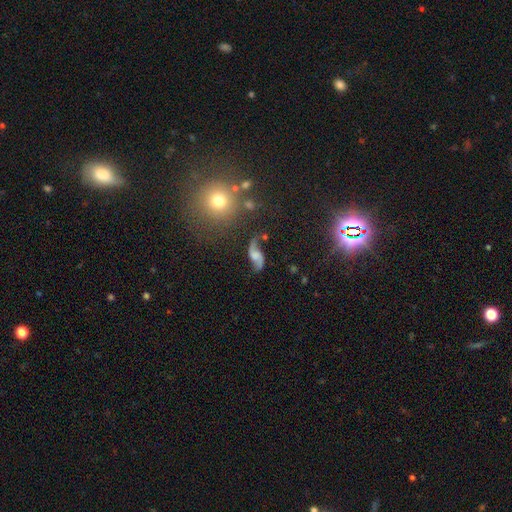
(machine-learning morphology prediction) A featured or disk galaxy (80%) with no bar (58%), 2 (93%) loose (85%) spiral arms (95%) and no central bulge (43%).

Vote fractions:
- Smooth or featured? featured or disk: 80% / smooth: 12% / star or artifact: 8%
- Edge-on disk? no: 96% / yes: 4%
- Bar? no: 58% / weak: 34% / strong: 8%
- Spiral arms? yes: 95% / no: 5%
- Spiral winding? loose: 85% / medium: 12% / tight: 3%
- Spiral arm count? 2: 93% / 1: 2% / can't tell: 2% / 3: 1% / 4: 1% / more than 4: 1%
- Bulge size? none: 43% / moderate: 22% / small: 20% / large: 12% / dominant: 3%
- Merging? none: 66% / minor disturbance: 19% / major disturbance: 11% / merger: 5%